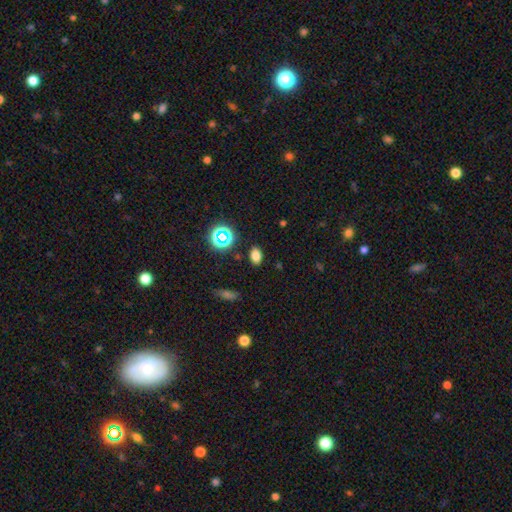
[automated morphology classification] The model was most divided on "smooth or featured": smooth: 76%, star or artifact: 18%, featured or disk: 6%. More confident: merging — none (87%); how rounded — in between (82%).